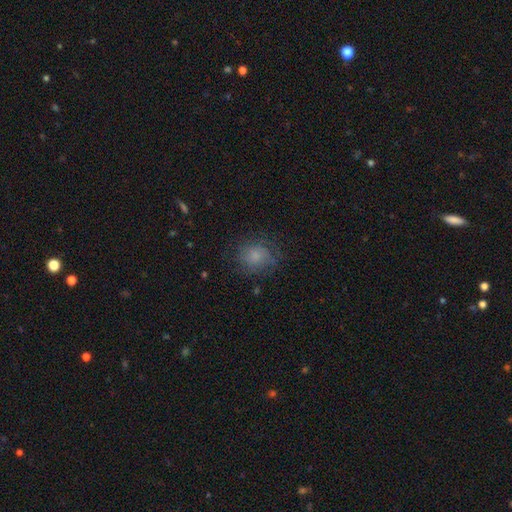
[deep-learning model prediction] Overall: smooth (71%). How rounded: round (72%). Merging: none (70%).